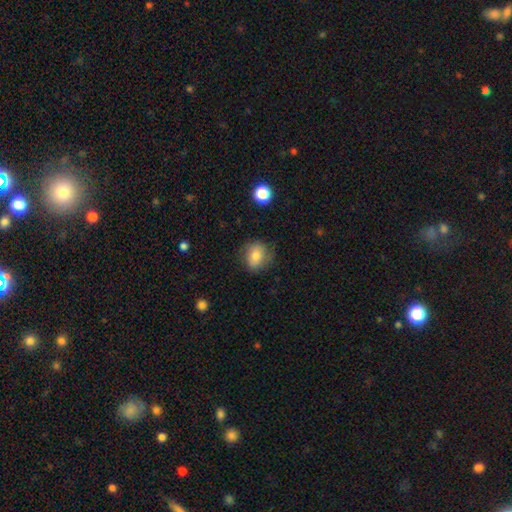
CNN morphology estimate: Smooth or featured: smooth — 77% (featured or disk — 14%)
How rounded: round — 56% (in between — 42%)
Merging: none — 73% (minor disturbance — 19%)